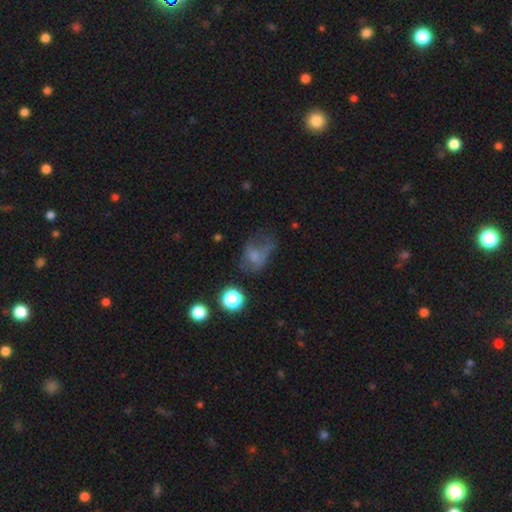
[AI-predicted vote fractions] smooth 55%, featured or disk 27%, star or artifact 18%. Down the decision tree: how rounded — in between (60%); merging — major disturbance (41%).